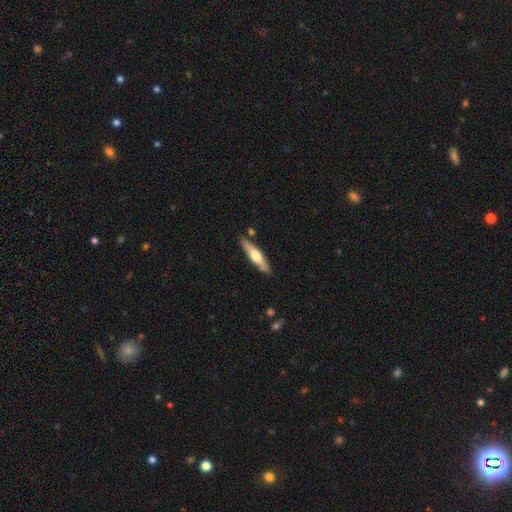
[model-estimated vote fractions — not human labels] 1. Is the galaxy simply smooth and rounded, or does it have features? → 49% featured or disk, 46% smooth, 5% star or artifact.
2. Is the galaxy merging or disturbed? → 82% none, 12% minor disturbance, 4% merger, 2% major disturbance.